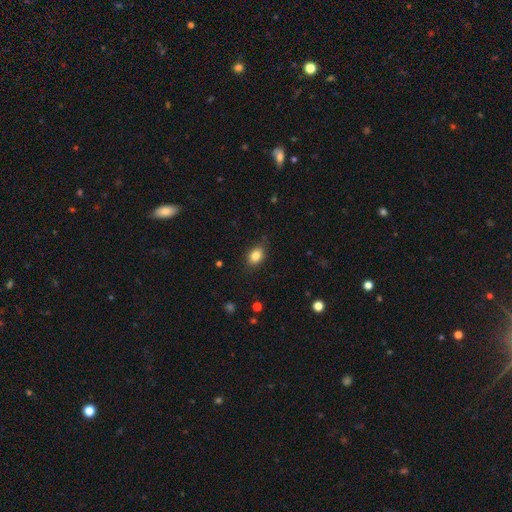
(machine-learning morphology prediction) Overall: smooth (84%). How rounded: in between (76%). Merging: none (81%).